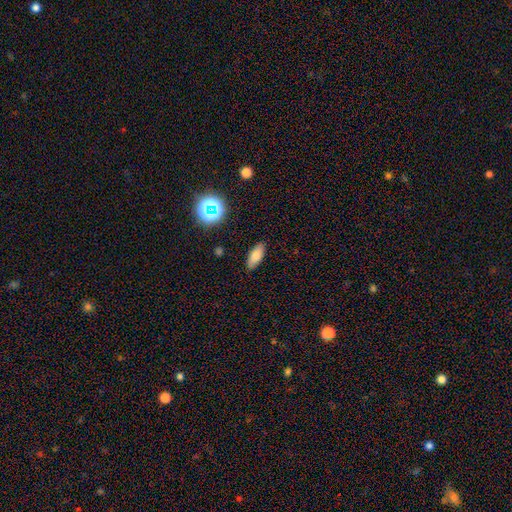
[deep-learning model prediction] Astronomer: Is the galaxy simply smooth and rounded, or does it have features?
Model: smooth — 77%.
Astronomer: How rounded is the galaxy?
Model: in between — 78%.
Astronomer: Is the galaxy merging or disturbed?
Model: none — 87%.